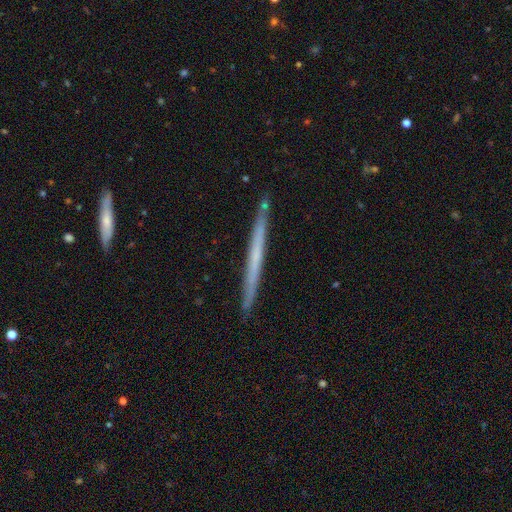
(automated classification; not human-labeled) Overall: featured or disk (55%; smooth 39%). Edge-on disk: yes (97%). Edge-on bulge: none (88%). Merging: none (90%).